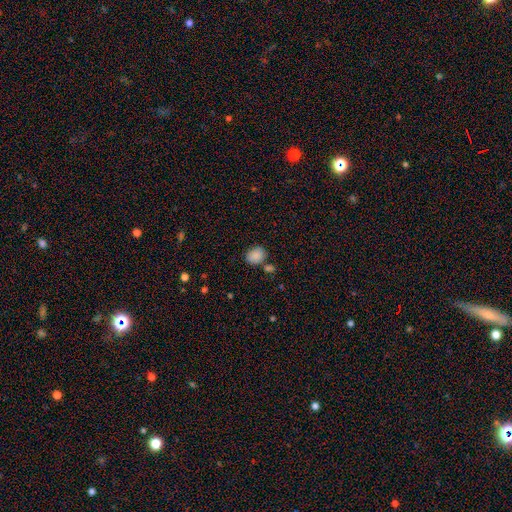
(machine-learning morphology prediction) Q: Smooth or featured?
A: smooth (87%); runner-up: star or artifact (9%)
Q: How rounded?
A: in between (51%); runner-up: round (48%)
Q: Merging?
A: none (69%); runner-up: minor disturbance (14%)